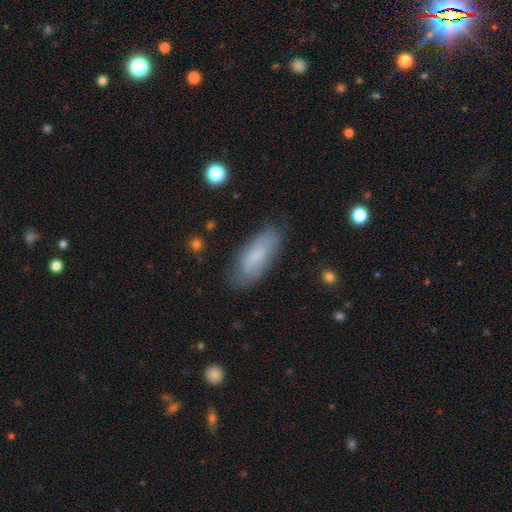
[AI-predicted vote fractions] Smooth or featured? smooth (72%)
How rounded? in between (75%)
Merging? none (79%)